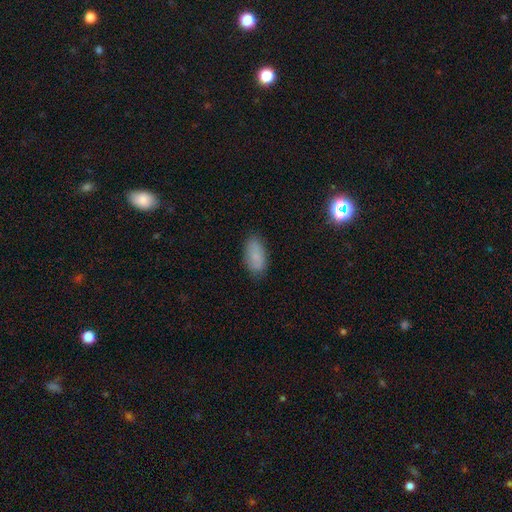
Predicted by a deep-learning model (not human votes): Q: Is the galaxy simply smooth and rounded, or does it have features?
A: smooth — 84%.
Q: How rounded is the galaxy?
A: in between — 90%.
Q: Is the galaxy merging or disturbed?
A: none — 83%.